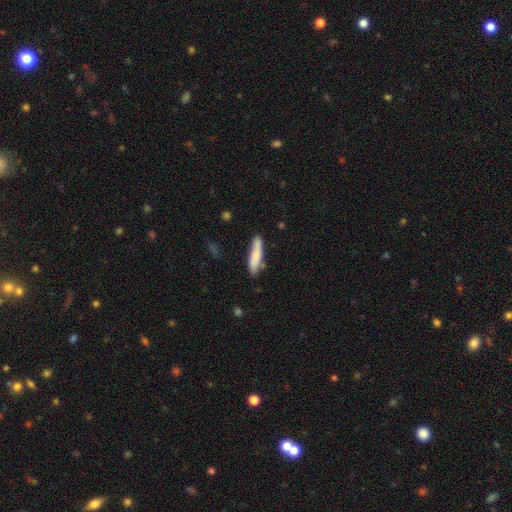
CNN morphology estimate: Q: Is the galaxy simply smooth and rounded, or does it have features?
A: smooth — 78%.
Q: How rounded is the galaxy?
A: cigar-shaped — 77%.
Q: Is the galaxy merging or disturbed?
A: none — 71%.